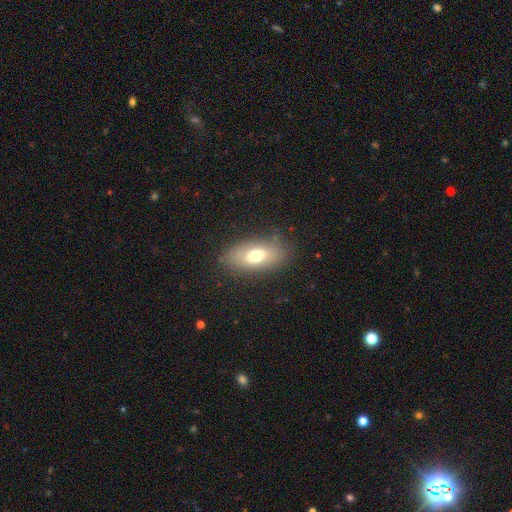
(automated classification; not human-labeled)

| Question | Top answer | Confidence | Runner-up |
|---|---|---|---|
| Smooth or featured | smooth | 69% | featured or disk (22%) |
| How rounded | in between | 87% | cigar-shaped (7%) |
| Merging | none | 79% | minor disturbance (14%) |